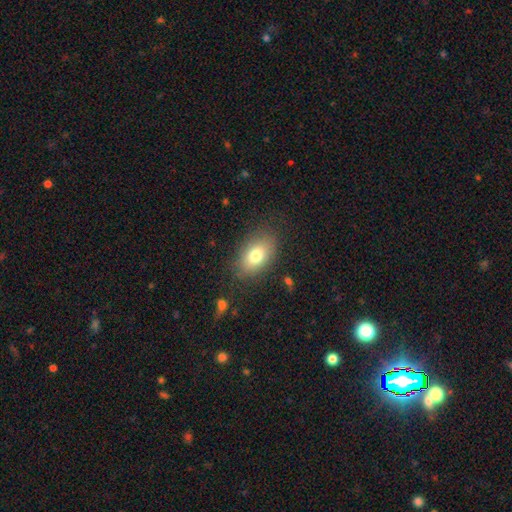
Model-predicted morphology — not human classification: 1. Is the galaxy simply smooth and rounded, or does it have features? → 77% smooth, 14% featured or disk, 9% star or artifact.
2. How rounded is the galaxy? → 86% in between, 12% round, 2% cigar-shaped.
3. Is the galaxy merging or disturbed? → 81% none, 13% minor disturbance, 5% major disturbance, 2% merger.